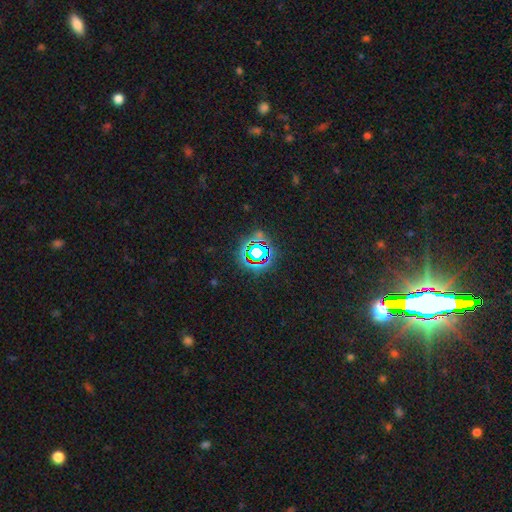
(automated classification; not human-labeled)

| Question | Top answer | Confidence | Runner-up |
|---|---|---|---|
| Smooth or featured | star or artifact | 71% | smooth (19%) |